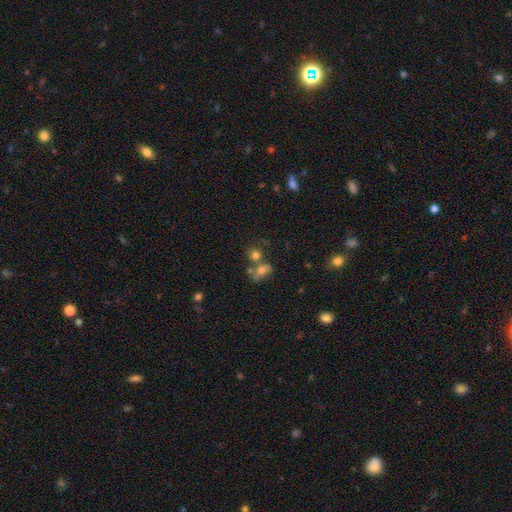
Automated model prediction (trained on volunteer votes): Smooth or featured? Predicted: smooth (p=0.70). How rounded? Predicted: round (p=0.65). Merging? Predicted: none (p=0.45).